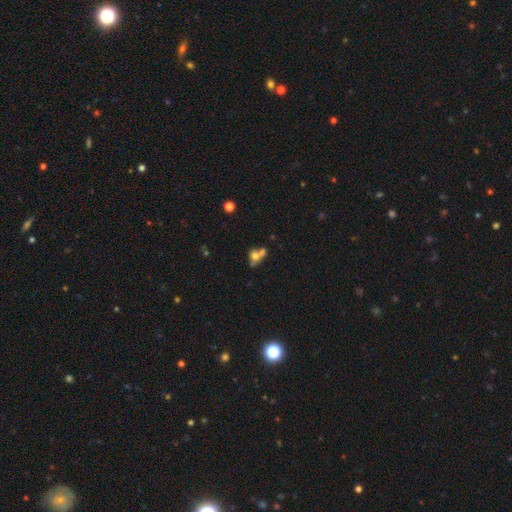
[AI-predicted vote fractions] smooth_or_featured: smooth (p=0.63) [alt: featured or disk p=0.23]
how_rounded: round (p=0.59) [alt: in between p=0.38]
merging: merger (p=0.59) [alt: none p=0.26]